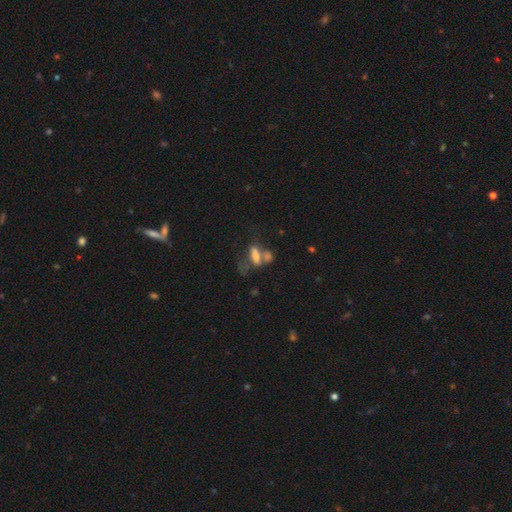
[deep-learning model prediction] A smooth galaxy with no disk features (61%) that is in between round and cigar-shaped (64%). Merging: merger (43%).